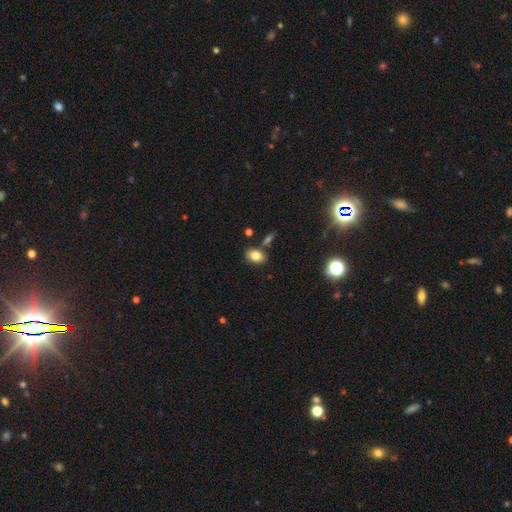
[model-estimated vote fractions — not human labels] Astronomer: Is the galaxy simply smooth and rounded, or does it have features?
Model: smooth — 80%.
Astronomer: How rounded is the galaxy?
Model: in between — 83%.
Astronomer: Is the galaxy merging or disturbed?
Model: none — 73%.